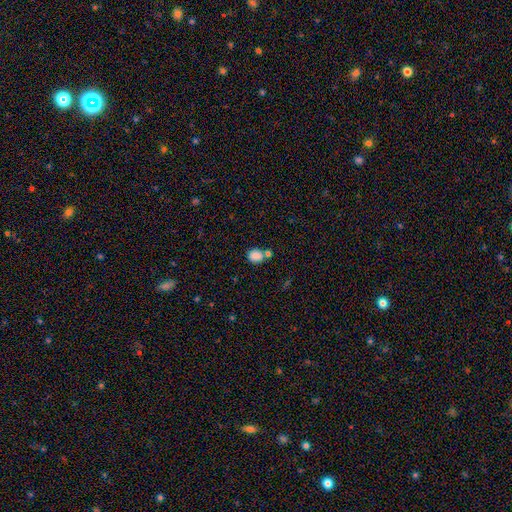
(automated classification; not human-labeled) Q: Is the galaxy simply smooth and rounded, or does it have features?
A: smooth — 85%.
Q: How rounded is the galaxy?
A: round — 56%.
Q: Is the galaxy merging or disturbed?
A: none — 56%.